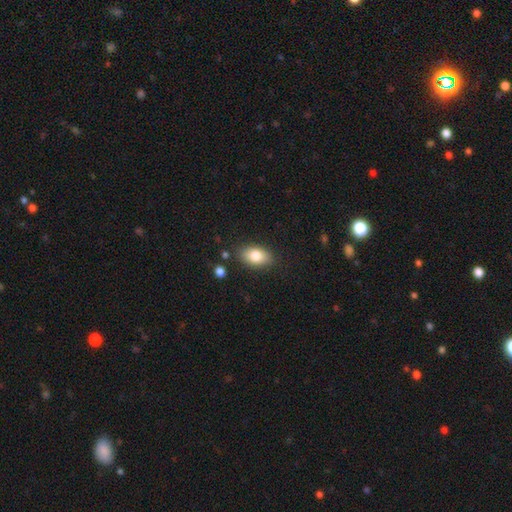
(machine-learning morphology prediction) A smooth galaxy with no disk features (81%) that is in between round and cigar-shaped (90%).

Vote fractions:
- Smooth or featured? smooth: 81% / featured or disk: 11% / star or artifact: 7%
- How rounded? in between: 90% / round: 7% / cigar-shaped: 2%
- Merging? none: 84% / minor disturbance: 11% / major disturbance: 3% / merger: 2%